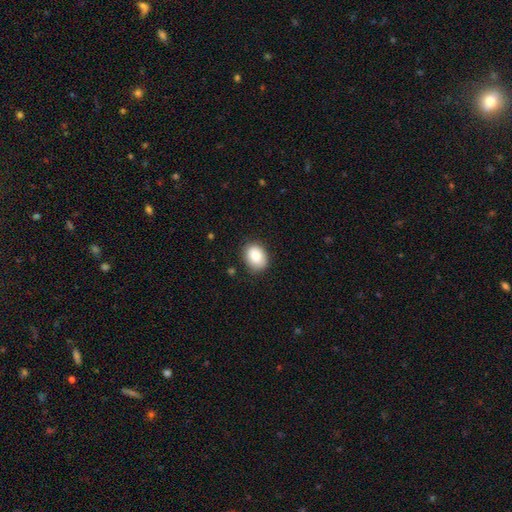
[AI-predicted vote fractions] This appears to be a smooth galaxy with no disk features (85%) that is in between round and cigar-shaped (57%). Merging: none (84%).